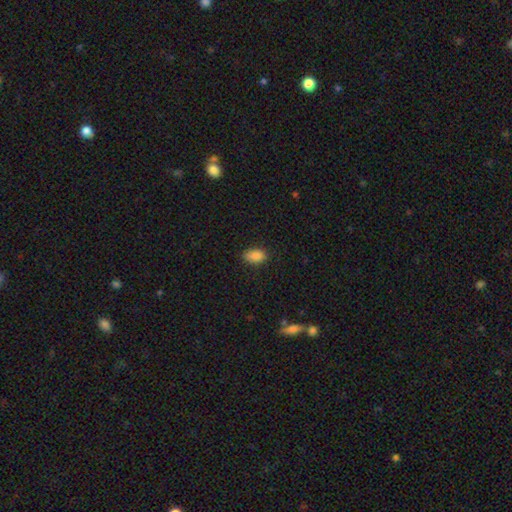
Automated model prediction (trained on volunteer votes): smooth_or_featured: smooth (p=0.87) [alt: star or artifact p=0.08]
how_rounded: in between (p=0.90) [alt: round p=0.07]
merging: none (p=0.79) [alt: minor disturbance p=0.17]